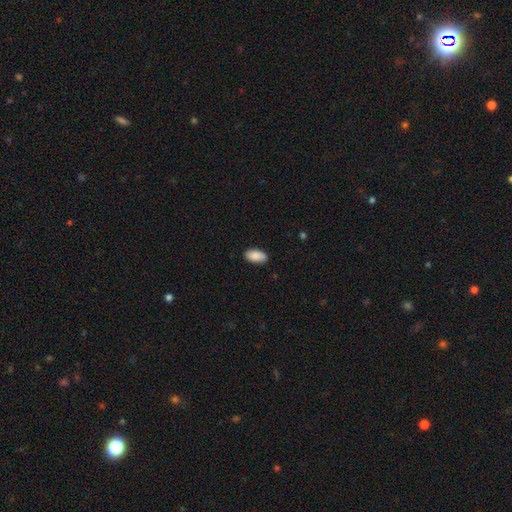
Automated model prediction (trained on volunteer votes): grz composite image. It shows a smooth galaxy with no disk features (89%) that is in between round and cigar-shaped (94%). Merging: none (86%).